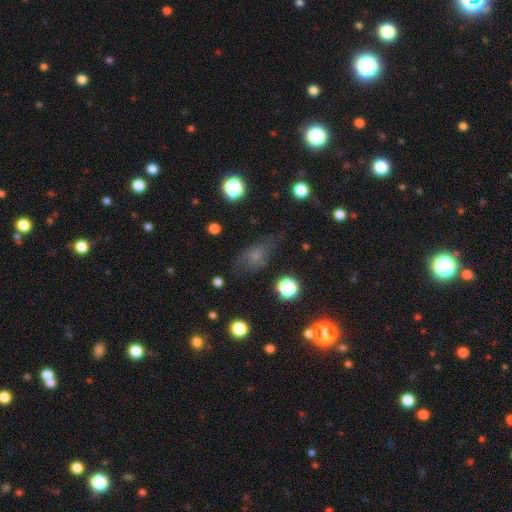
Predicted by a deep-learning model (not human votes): Smooth or featured?
  - smooth: 57% *
  - featured or disk: 25%
  - star or artifact: 18%
How rounded?
  - in between: 72% *
  - round: 20%
  - cigar-shaped: 8%
Merging?
  - none: 53% *
  - minor disturbance: 28%
  - major disturbance: 16%
  - merger: 3%